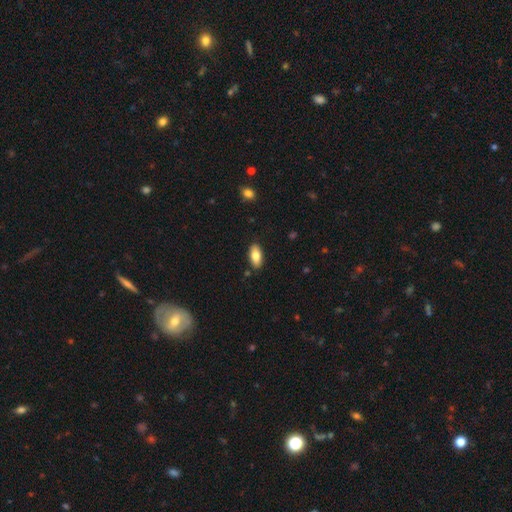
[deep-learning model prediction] smooth 81%, featured or disk 12%, star or artifact 7%. Down the decision tree: how rounded — in between (90%); merging — none (87%).